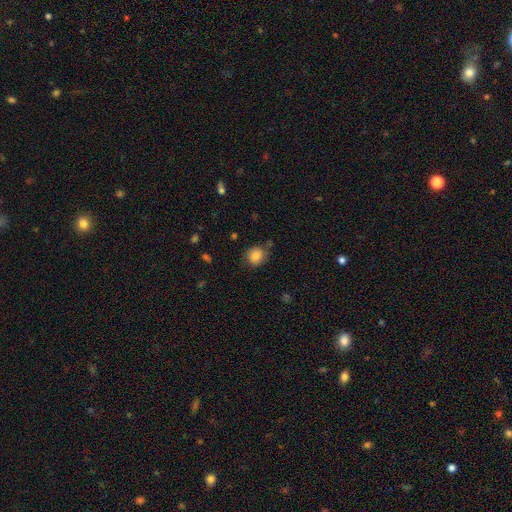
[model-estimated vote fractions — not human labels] A smooth galaxy with no disk features (83%) that is round (80%).

Vote fractions:
- Smooth or featured? smooth: 83% / star or artifact: 10% / featured or disk: 8%
- How rounded? round: 80% / in between: 20% / cigar-shaped: 1%
- Merging? none: 77% / minor disturbance: 15% / major disturbance: 4% / merger: 3%